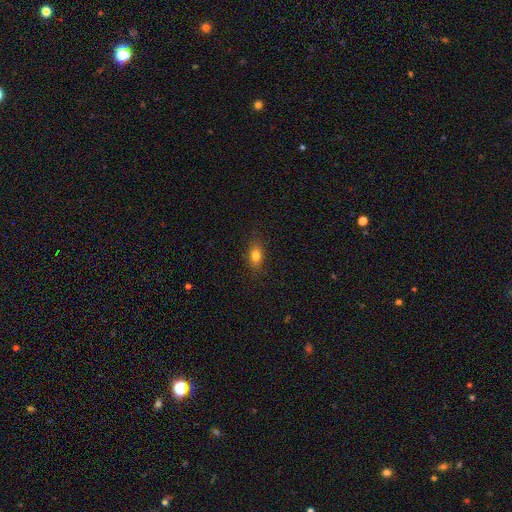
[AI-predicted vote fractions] Overall: smooth (79%). How rounded: in between (77%). Merging: none (86%).